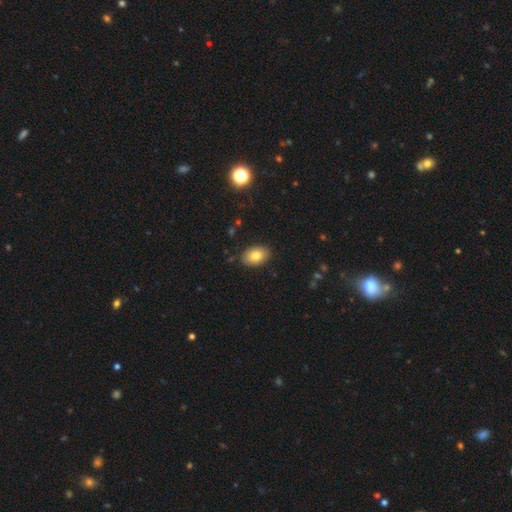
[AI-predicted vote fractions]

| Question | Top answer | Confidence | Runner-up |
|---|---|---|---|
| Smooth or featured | smooth | 81% | featured or disk (11%) |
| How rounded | in between | 87% | round (12%) |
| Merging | none | 87% | minor disturbance (9%) |